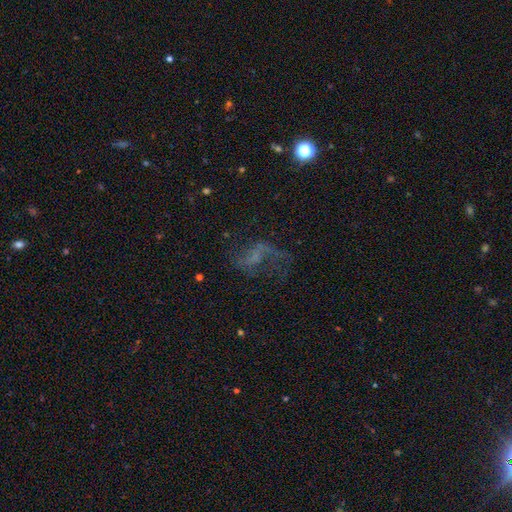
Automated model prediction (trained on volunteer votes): Smooth or featured?
  - featured or disk: 55% *
  - star or artifact: 24%
  - smooth: 21%
Edge-on disk?
  - no: 96% *
  - yes: 4%
Bar?
  - no: 55% *
  - weak: 31%
  - strong: 14%
Spiral arms?
  - yes: 60% *
  - no: 40%
Bulge size?
  - none: 70% *
  - small: 18%
  - moderate: 8%
  - large: 3%
  - dominant: 1%
Merging?
  - none: 41% *
  - major disturbance: 38%
  - minor disturbance: 16%
  - merger: 4%